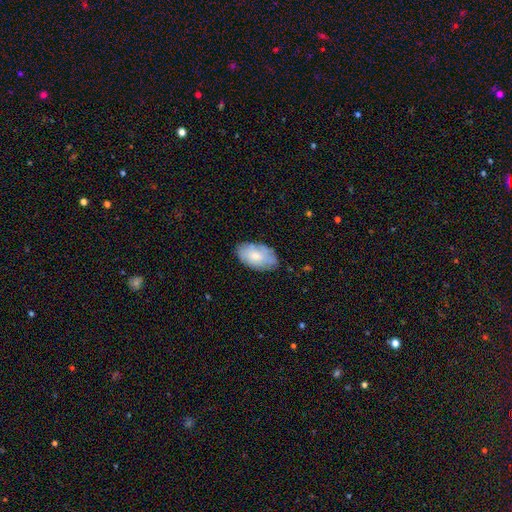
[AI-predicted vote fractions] Smooth or featured? Predicted: smooth (p=0.69). How rounded? Predicted: in between (p=0.94). Merging? Predicted: none (p=0.75).